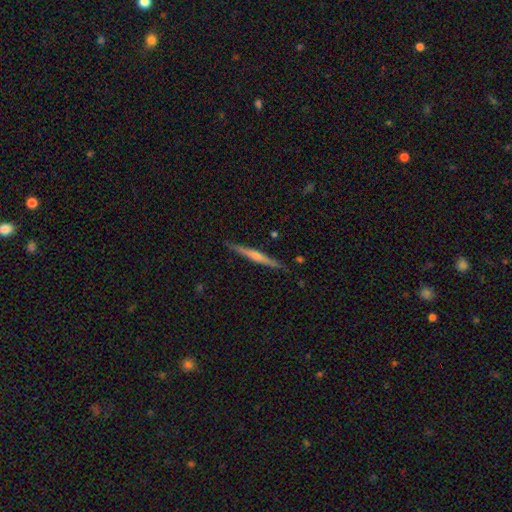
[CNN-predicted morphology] featured or disk 75%, smooth 19%, star or artifact 6%. Down the decision tree: edge-on disk — yes (98%); edge-on bulge — rounded (75%); merging — none (91%).